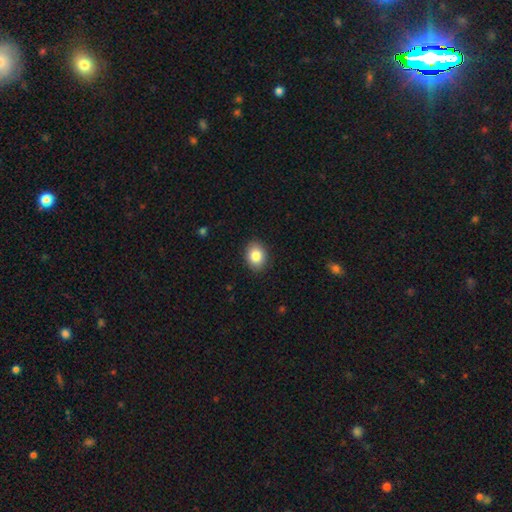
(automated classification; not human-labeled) Smooth or featured?
  - smooth: 85% *
  - star or artifact: 8%
  - featured or disk: 7%
How rounded?
  - in between: 61% *
  - round: 38%
  - cigar-shaped: 1%
Merging?
  - none: 89% *
  - minor disturbance: 8%
  - major disturbance: 2%
  - merger: 1%